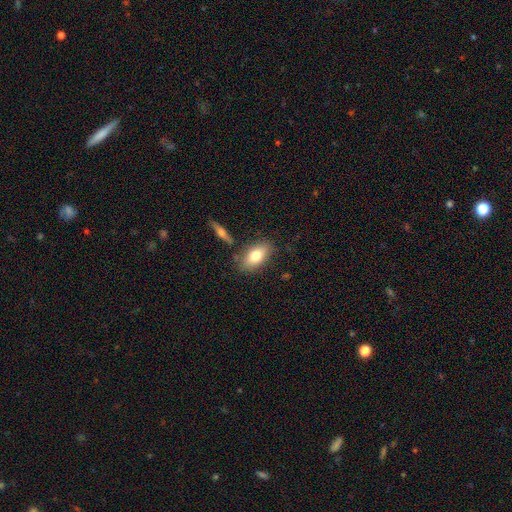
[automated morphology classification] smooth-or-featured: smooth: 76% | featured or disk: 17% | star or artifact: 7%
  how-rounded: in between: 88% | round: 6% | cigar-shaped: 6%
  merging: none: 76% | minor disturbance: 14% | merger: 7% | major disturbance: 4%